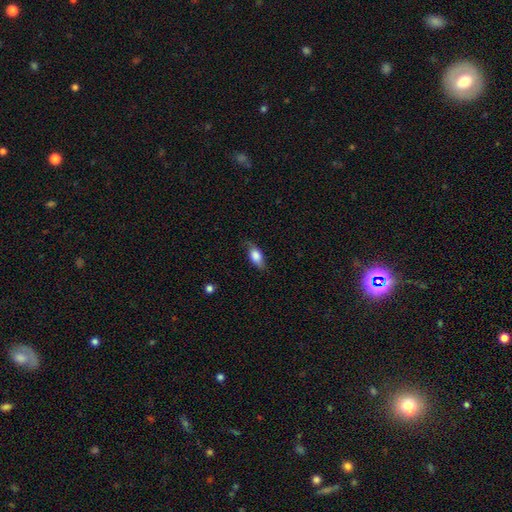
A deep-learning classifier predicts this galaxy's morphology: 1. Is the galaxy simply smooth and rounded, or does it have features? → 71% smooth, 21% featured or disk, 7% star or artifact.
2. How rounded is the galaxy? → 83% in between, 11% cigar-shaped, 6% round.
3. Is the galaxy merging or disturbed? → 67% none, 25% minor disturbance, 7% major disturbance, 1% merger.